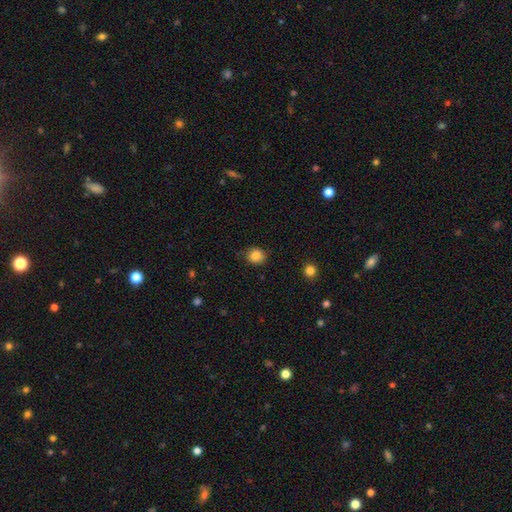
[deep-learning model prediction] The model was most divided on "how rounded": round: 76%, in between: 23%, cigar-shaped: 1%. More confident: smooth or featured — smooth (85%); merging — none (84%).